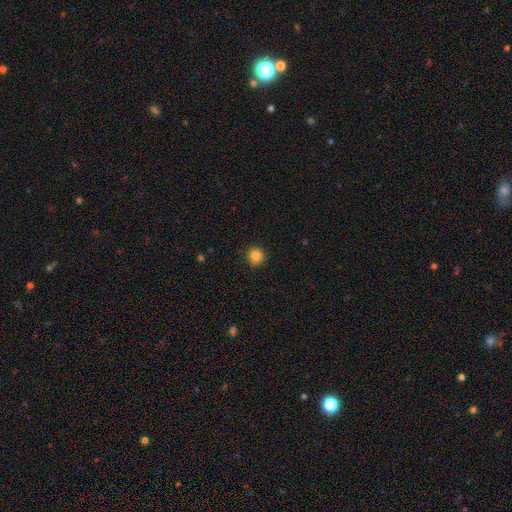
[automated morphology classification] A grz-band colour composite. It shows a smooth galaxy with no disk features (84%) that is round (93%). Merging: none (89%).